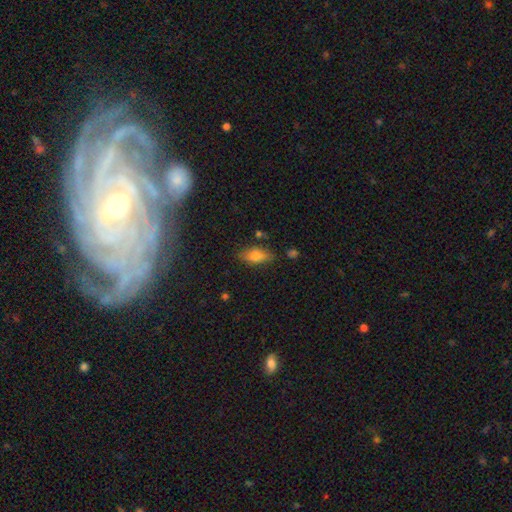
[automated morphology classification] type=smooth (73%); roundness=in between (82%); merging=none (77%).